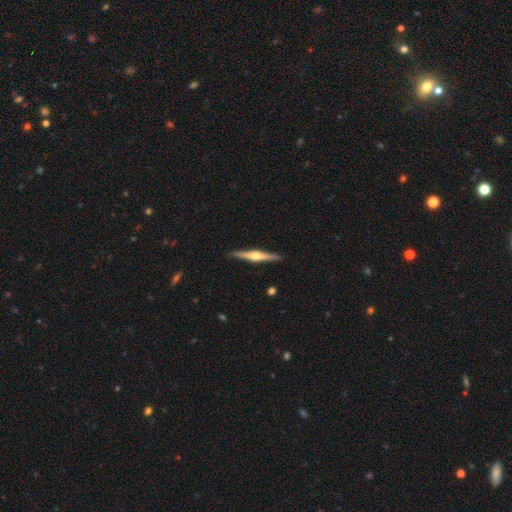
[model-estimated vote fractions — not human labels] A featured or disk galaxy (76%) viewed edge-on (98%) with a rounded central bulge (91%). Merging: none (91%).